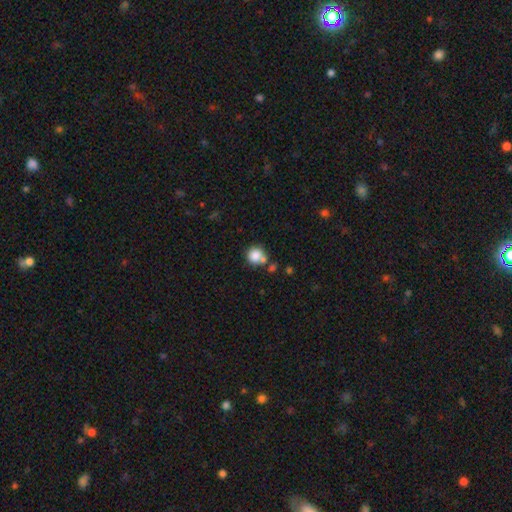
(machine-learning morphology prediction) Smooth or featured? Predicted: smooth (p=0.83). How rounded? Predicted: round (p=0.89). Merging? Predicted: none (p=0.59).